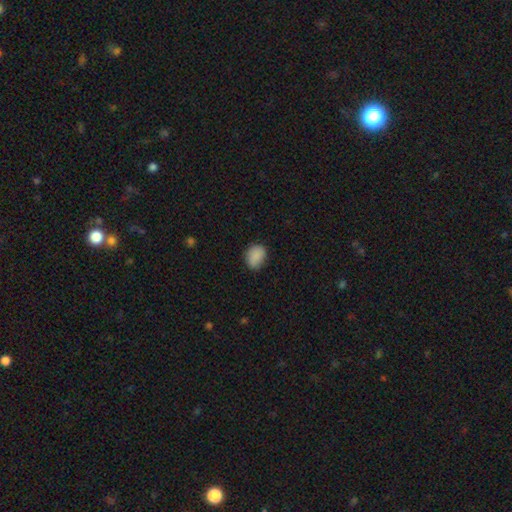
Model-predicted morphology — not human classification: A smooth galaxy with no disk features (87%) that is in between round and cigar-shaped (65%).

Vote fractions:
- Smooth or featured? smooth: 87% / star or artifact: 9% / featured or disk: 4%
- How rounded? in between: 65% / round: 34% / cigar-shaped: 1%
- Merging? none: 76% / minor disturbance: 20% / major disturbance: 4% / merger: 1%